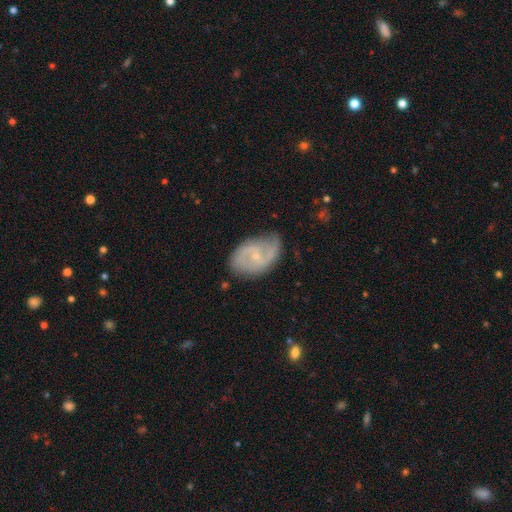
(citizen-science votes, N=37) smooth-or-featured: featured or disk: 89% | smooth: 11% | star or artifact: 0%
  disk-edge-on: no: 97% | yes: 3%
    bar: no: 72% | weak: 25% | strong: 3%
    has-spiral-arms: yes: 84% | no: 16%
      spiral-winding: tight: 48% | medium: 33% | loose: 19%
      spiral-arm-count: 2: 63% | can't tell: 22% | 3: 7% | 1: 4% | 4: 4% | more than 4: 0%
    bulge-size: small: 84% | moderate: 16% | dominant: 0% | large: 0% | none: 0%
  merging: none: 73% | minor disturbance: 19% | major disturbance: 5% | merger: 3%